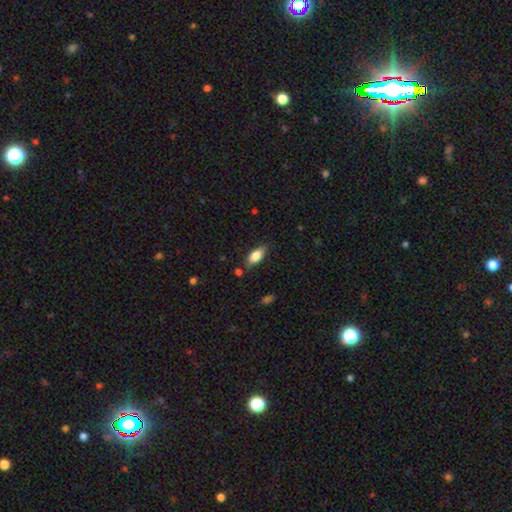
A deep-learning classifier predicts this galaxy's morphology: smooth 81%, featured or disk 12%, star or artifact 7%. Down the decision tree: how rounded — in between (84%); merging — none (79%).